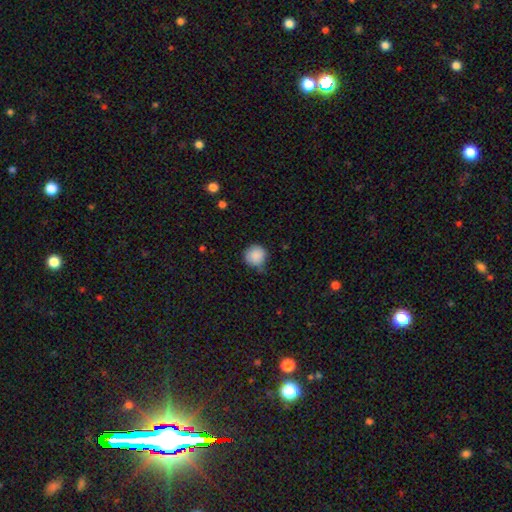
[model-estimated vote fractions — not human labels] A smooth galaxy with no disk features (88%) that is round (93%).

Vote fractions:
- Smooth or featured? smooth: 88% / star or artifact: 8% / featured or disk: 4%
- How rounded? round: 93% / in between: 6% / cigar-shaped: 1%
- Merging? none: 67% / minor disturbance: 26% / major disturbance: 5% / merger: 2%